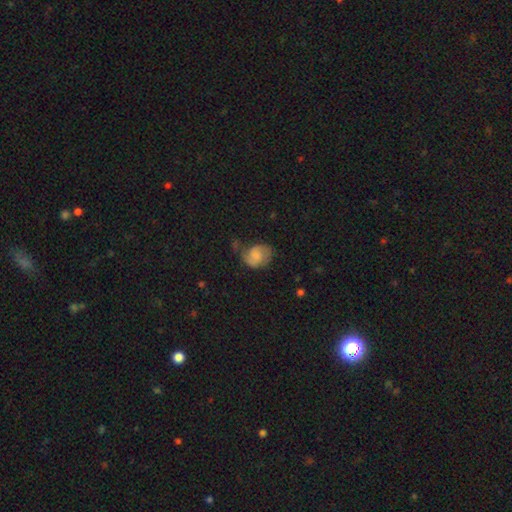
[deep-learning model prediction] Smooth or featured? Predicted: featured or disk (p=0.46). Merging? Predicted: none (p=0.48).